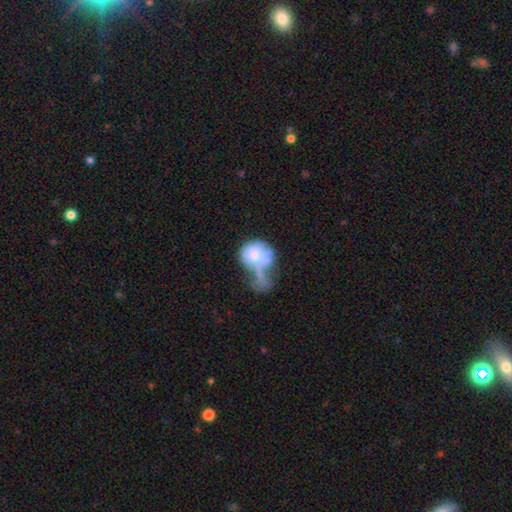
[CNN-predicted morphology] Overall: smooth (59%; featured or disk 33%). How rounded: round (63%; in between 36%). Merging: major disturbance (43%; merger 33%).